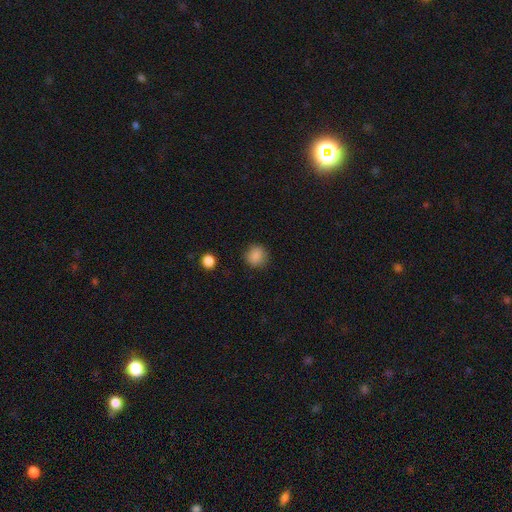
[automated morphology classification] smooth_or_featured: smooth (p=0.87) [alt: star or artifact p=0.10]
how_rounded: round (p=0.88) [alt: in between p=0.11]
merging: none (p=0.88) [alt: minor disturbance p=0.08]